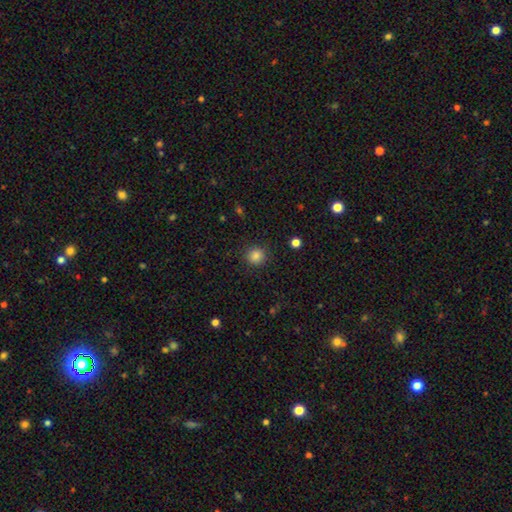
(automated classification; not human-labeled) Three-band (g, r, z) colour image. It shows a smooth galaxy with no disk features (85%) that is round (86%). Merging: none (88%).